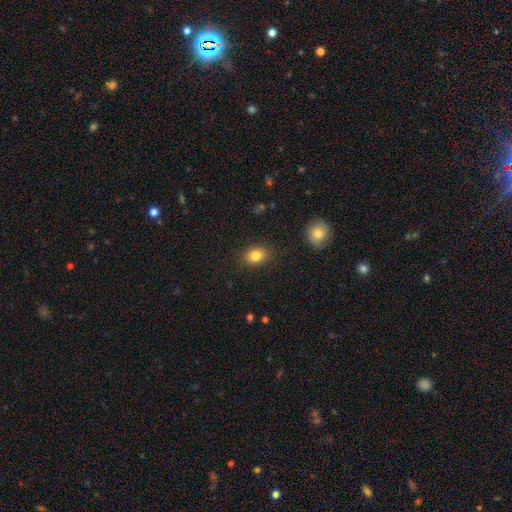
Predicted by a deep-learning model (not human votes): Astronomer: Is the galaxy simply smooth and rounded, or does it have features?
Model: smooth — 83%.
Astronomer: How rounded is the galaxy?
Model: in between — 63%.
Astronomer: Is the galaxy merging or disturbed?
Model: none — 87%.